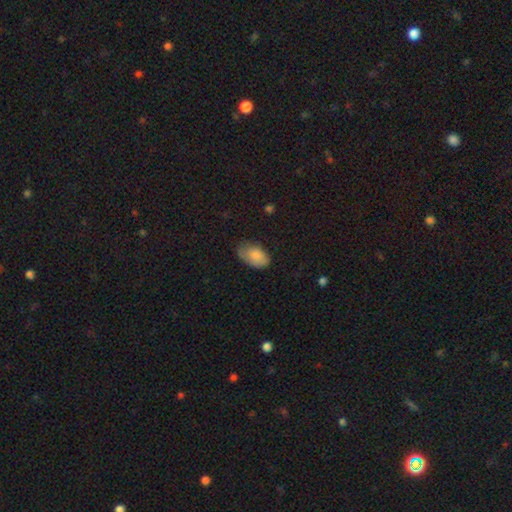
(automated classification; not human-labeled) smooth-or-featured: smooth: 82% | featured or disk: 12% | star or artifact: 7%
  how-rounded: in between: 92% | round: 6% | cigar-shaped: 1%
  merging: none: 57% | minor disturbance: 33% | major disturbance: 8% | merger: 1%